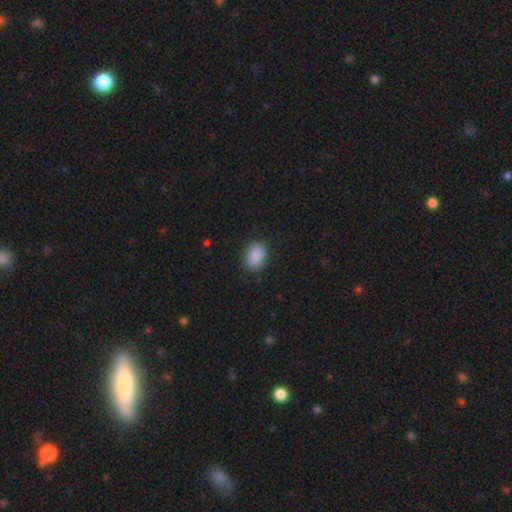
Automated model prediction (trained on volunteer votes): Smooth or featured? smooth (90%)
How rounded? in between (83%)
Merging? none (86%)